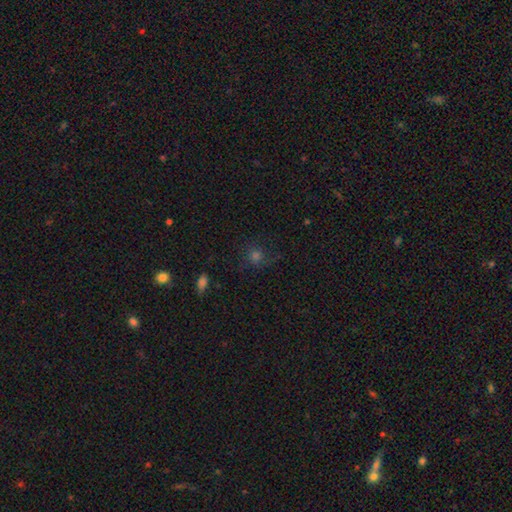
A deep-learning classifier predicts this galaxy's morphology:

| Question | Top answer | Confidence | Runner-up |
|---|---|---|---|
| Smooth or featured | smooth | 56% | star or artifact (31%) |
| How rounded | round | 84% | in between (15%) |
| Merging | none | 68% | minor disturbance (17%) |